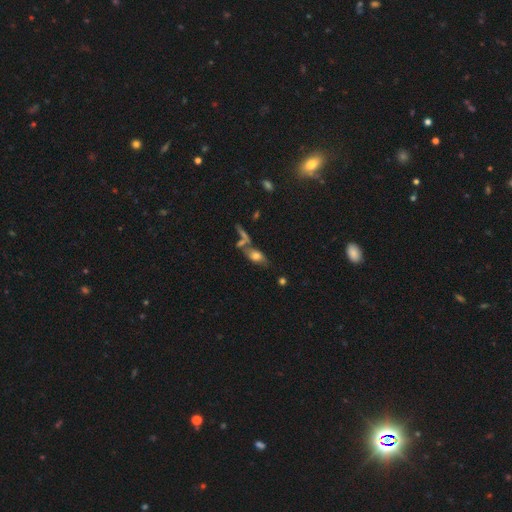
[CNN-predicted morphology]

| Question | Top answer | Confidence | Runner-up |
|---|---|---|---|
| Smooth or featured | smooth | 64% | featured or disk (25%) |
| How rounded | in between | 80% | cigar-shaped (12%) |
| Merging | none | 43% | merger (30%) |